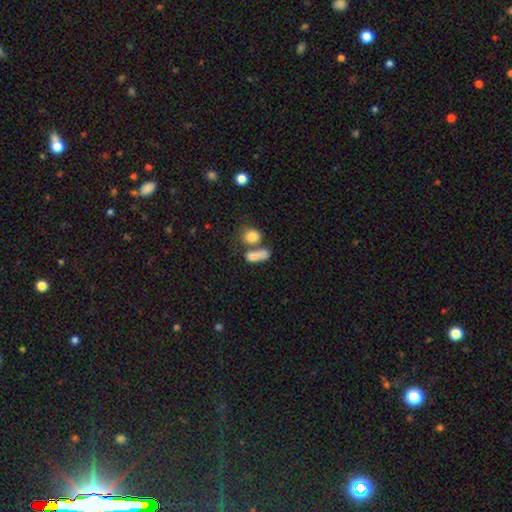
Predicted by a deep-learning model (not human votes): Smooth or featured?
  - smooth: 80% *
  - featured or disk: 11%
  - star or artifact: 9%
How rounded?
  - in between: 67% *
  - round: 21%
  - cigar-shaped: 12%
Merging?
  - merger: 44% *
  - none: 35%
  - minor disturbance: 12%
  - major disturbance: 8%